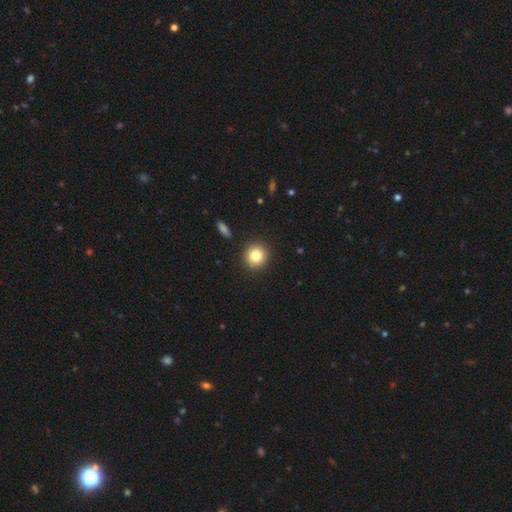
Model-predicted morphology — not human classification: Smooth or featured? Predicted: smooth (p=0.82). How rounded? Predicted: round (p=0.91). Merging? Predicted: none (p=0.91).